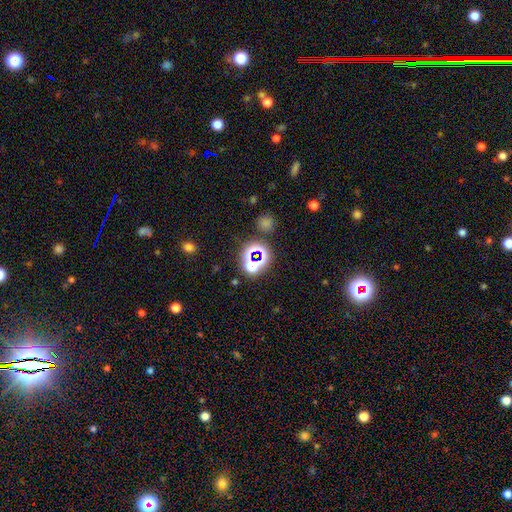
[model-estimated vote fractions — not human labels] Morphology: type=star or artifact (61%).